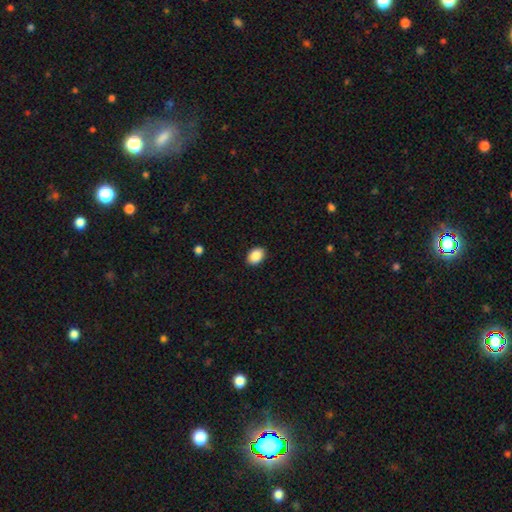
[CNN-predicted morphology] Smooth or featured?
  - smooth: 89% *
  - star or artifact: 8%
  - featured or disk: 3%
How rounded?
  - in between: 78% *
  - round: 21%
  - cigar-shaped: 1%
Merging?
  - none: 90% *
  - minor disturbance: 8%
  - major disturbance: 2%
  - merger: 1%